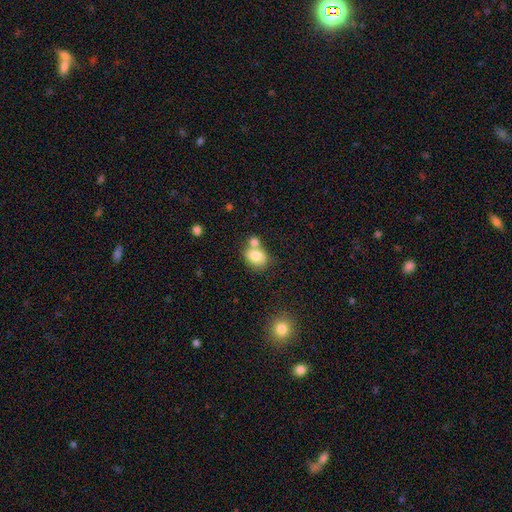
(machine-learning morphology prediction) Q: Smooth or featured?
A: smooth (80%); runner-up: featured or disk (11%)
Q: How rounded?
A: in between (55%); runner-up: round (44%)
Q: Merging?
A: none (44%); runner-up: merger (38%)